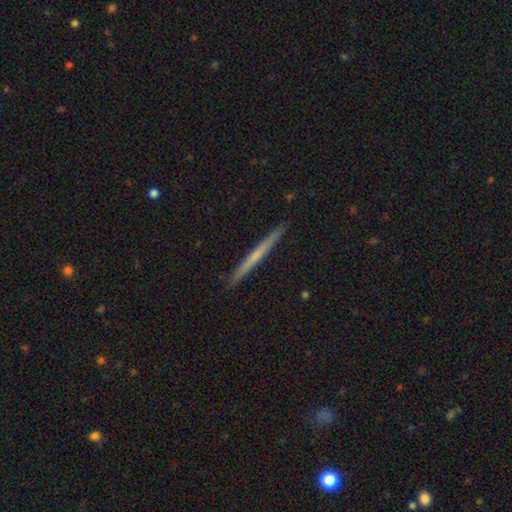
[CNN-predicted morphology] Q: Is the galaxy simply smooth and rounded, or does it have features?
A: featured or disk — 51%.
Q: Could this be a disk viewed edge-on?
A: yes — 98%.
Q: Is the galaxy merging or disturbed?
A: none — 93%.